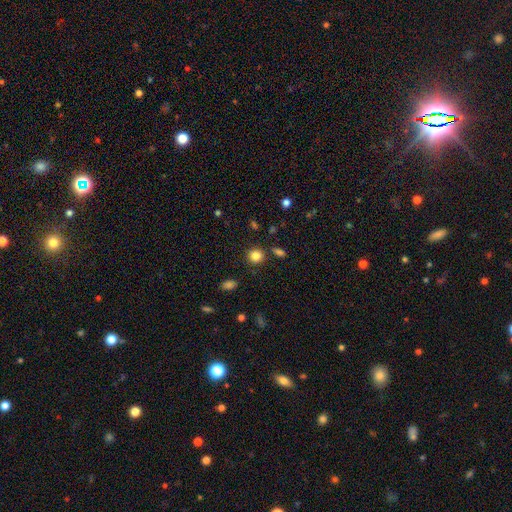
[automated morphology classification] Smooth or featured: smooth — 84% (star or artifact — 11%)
How rounded: round — 87% (in between — 12%)
Merging: none — 85% (minor disturbance — 8%)